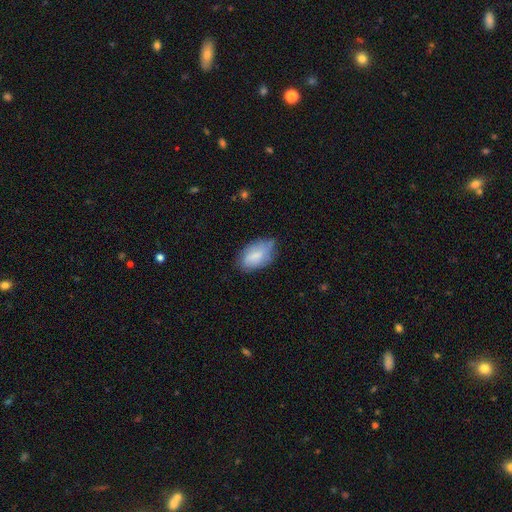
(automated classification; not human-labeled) smooth_or_featured: smooth (p=0.69) [alt: featured or disk p=0.24]
how_rounded: in between (p=0.93) [alt: round p=0.05]
merging: none (p=0.53) [alt: minor disturbance p=0.35]